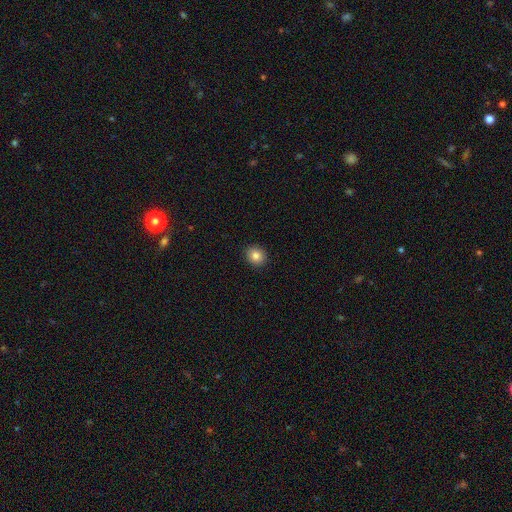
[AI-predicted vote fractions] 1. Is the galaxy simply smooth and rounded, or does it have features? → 83% smooth, 10% star or artifact, 7% featured or disk.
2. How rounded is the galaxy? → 77% round, 23% in between, 1% cigar-shaped.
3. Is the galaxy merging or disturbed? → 92% none, 6% minor disturbance, 2% major disturbance, 1% merger.